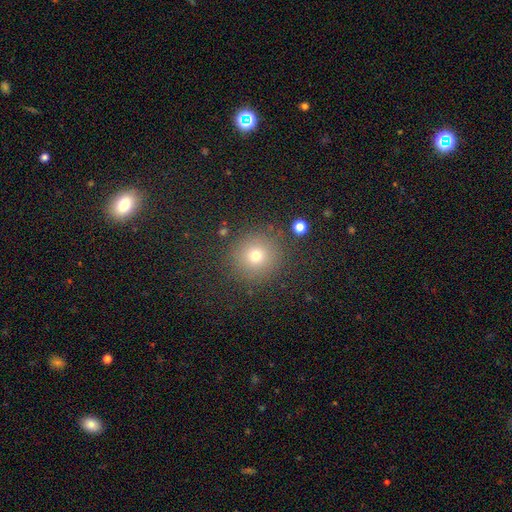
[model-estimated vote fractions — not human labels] Smooth or featured: smooth — 71% (star or artifact — 19%)
How rounded: round — 94% (in between — 5%)
Merging: none — 87% (minor disturbance — 8%)